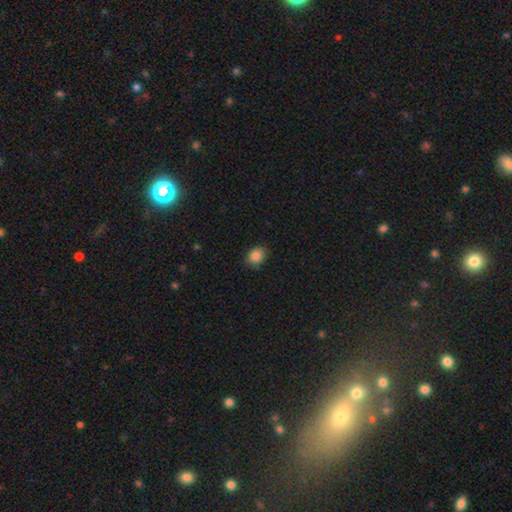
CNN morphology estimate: smooth_or_featured: smooth (p=0.87) [alt: star or artifact p=0.09]
how_rounded: round (p=0.53) [alt: in between p=0.46]
merging: none (p=0.83) [alt: minor disturbance p=0.13]